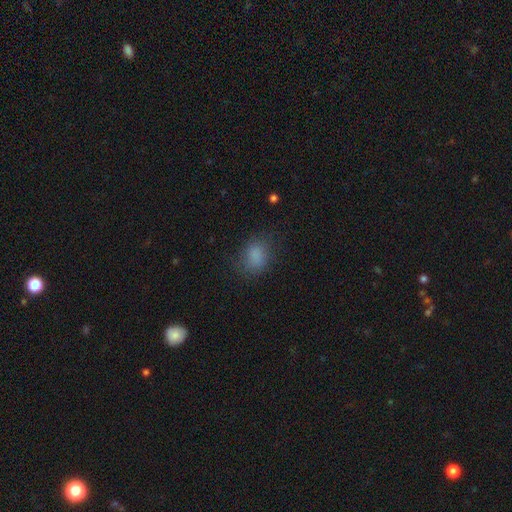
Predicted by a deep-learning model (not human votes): Smooth or featured? Predicted: smooth (p=0.82). How rounded? Predicted: in between (p=0.56). Merging? Predicted: none (p=0.71).